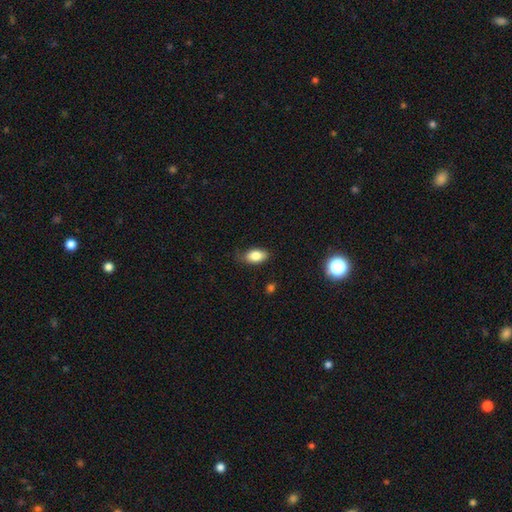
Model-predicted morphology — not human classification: This appears to be a smooth galaxy with no disk features (83%) that is in between round and cigar-shaped (91%). Merging: none (75%).